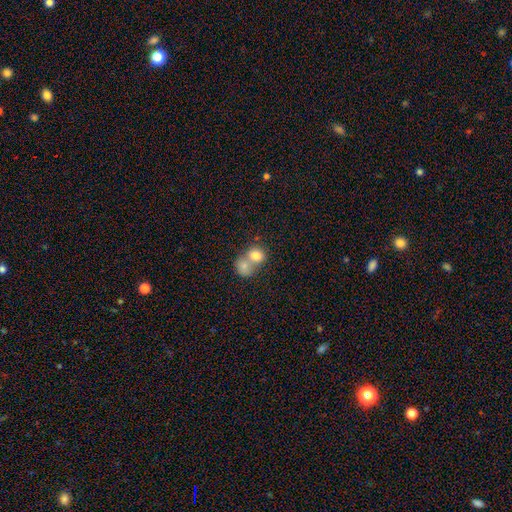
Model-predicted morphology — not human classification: Smooth or featured? smooth (78%)
How rounded? round (70%)
Merging? merger (66%)